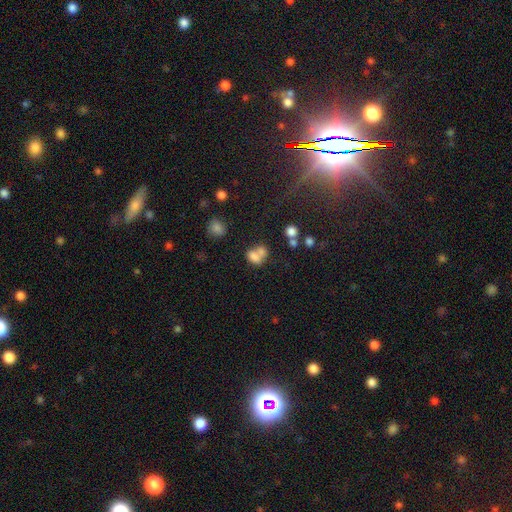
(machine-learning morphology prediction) Smooth or featured: smooth — 73% (featured or disk — 15%)
How rounded: in between — 63% (round — 35%)
Merging: merger — 58% (none — 26%)